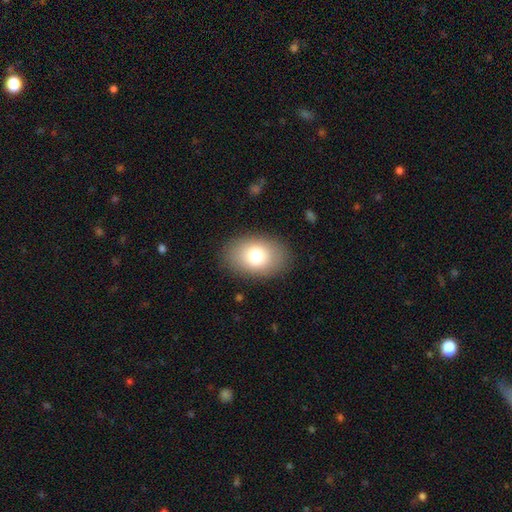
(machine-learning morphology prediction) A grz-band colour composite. It shows a smooth galaxy with no disk features (79%) that is in between round and cigar-shaped (82%). Merging: none (87%).